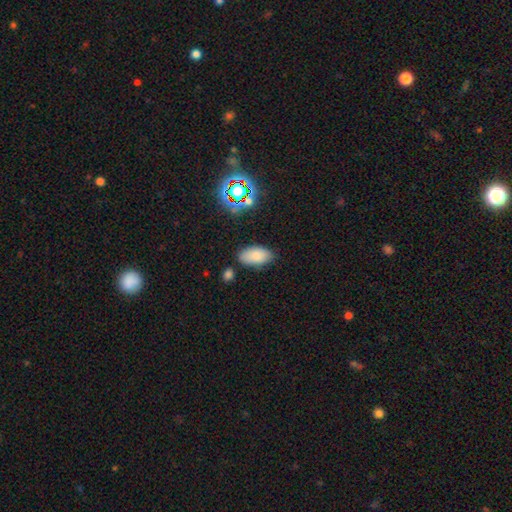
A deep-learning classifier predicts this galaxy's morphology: The model was most divided on "merging": none: 77%, minor disturbance: 16%, merger: 4%, major disturbance: 3%. More confident: how rounded — in between (94%); smooth or featured — smooth (80%).